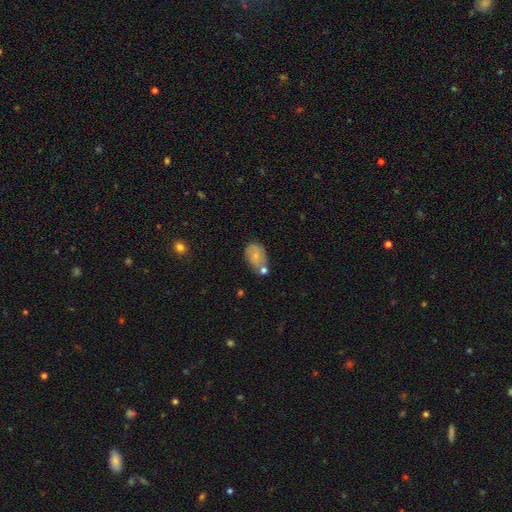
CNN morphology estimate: Q: Smooth or featured?
A: smooth (71%); runner-up: featured or disk (20%)
Q: How rounded?
A: in between (80%); runner-up: round (18%)
Q: Merging?
A: none (47%); runner-up: merger (23%)